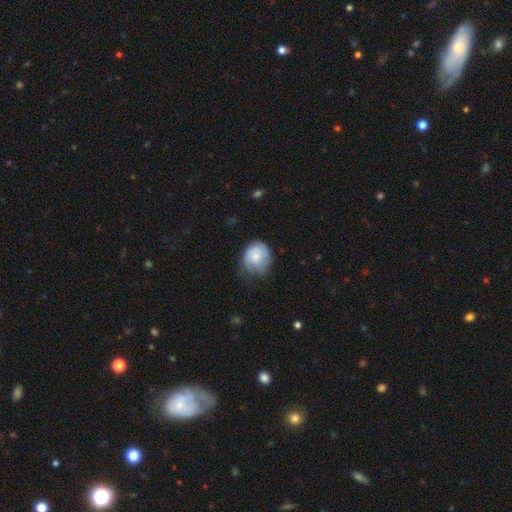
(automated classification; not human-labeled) A smooth galaxy with no disk features (63%) that is round (71%).

Vote fractions:
- Smooth or featured? smooth: 63% / featured or disk: 30% / star or artifact: 6%
- How rounded? round: 71% / in between: 29% / cigar-shaped: 1%
- Merging? none: 52% / minor disturbance: 34% / major disturbance: 12% / merger: 1%